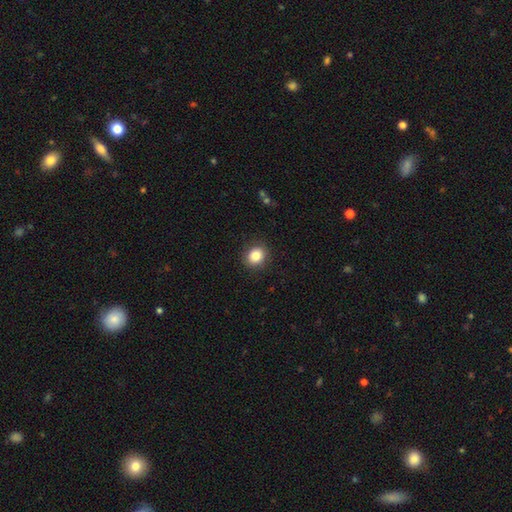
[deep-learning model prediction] The model was most divided on "how rounded": round: 71%, in between: 28%, cigar-shaped: 1%. More confident: merging — none (89%); smooth or featured — smooth (84%).